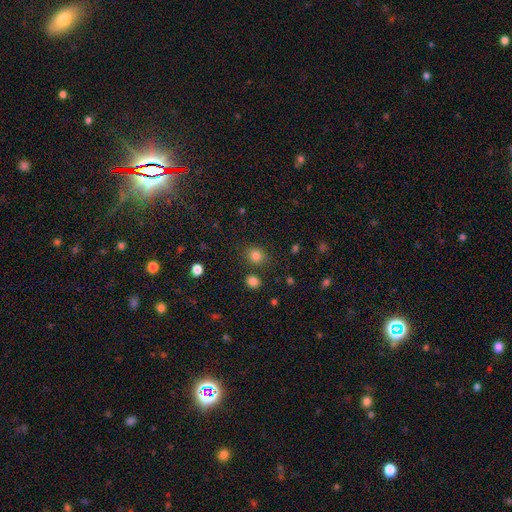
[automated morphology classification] smooth-or-featured: smooth: 83% | star or artifact: 13% | featured or disk: 5%
  how-rounded: round: 77% | in between: 22% | cigar-shaped: 1%
  merging: none: 82% | minor disturbance: 9% | merger: 6% | major disturbance: 3%